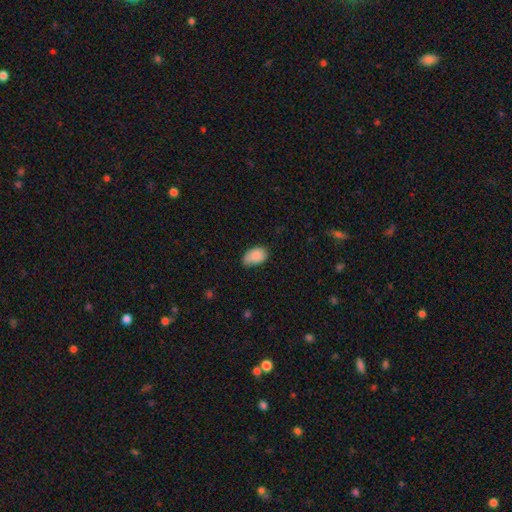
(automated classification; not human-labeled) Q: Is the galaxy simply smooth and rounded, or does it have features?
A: smooth — 87%.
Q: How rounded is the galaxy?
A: in between — 87%.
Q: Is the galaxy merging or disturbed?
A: none — 53%.